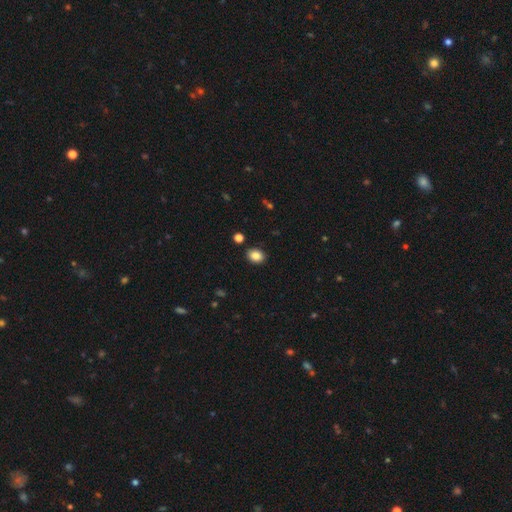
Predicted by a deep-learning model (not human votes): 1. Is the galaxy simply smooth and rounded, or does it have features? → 86% smooth, 10% star or artifact, 5% featured or disk.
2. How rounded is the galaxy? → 61% in between, 38% round, 1% cigar-shaped.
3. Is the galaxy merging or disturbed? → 88% none, 8% minor disturbance, 2% merger, 2% major disturbance.